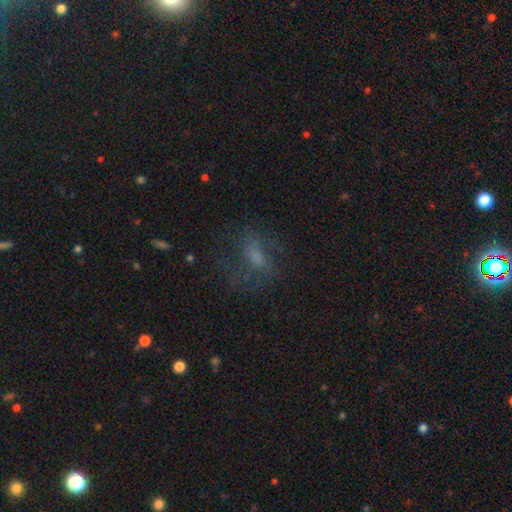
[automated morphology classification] Overall: smooth (41%; featured or disk 39%). Merging: none (56%; major disturbance 23%).